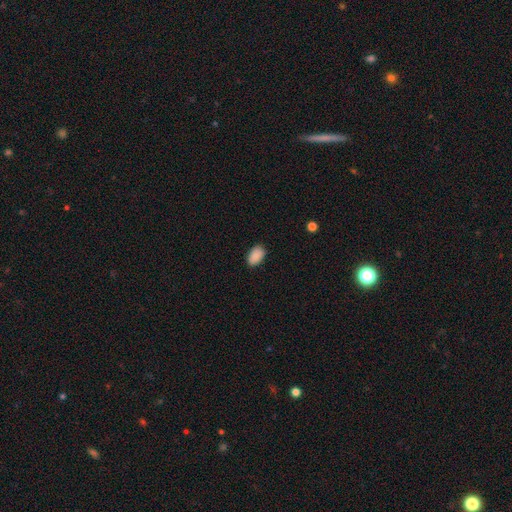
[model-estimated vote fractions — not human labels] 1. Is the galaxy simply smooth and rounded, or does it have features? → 90% smooth, 8% star or artifact, 3% featured or disk.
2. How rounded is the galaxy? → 91% in between, 8% round, 1% cigar-shaped.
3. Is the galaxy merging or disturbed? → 86% none, 11% minor disturbance, 2% major disturbance, 1% merger.